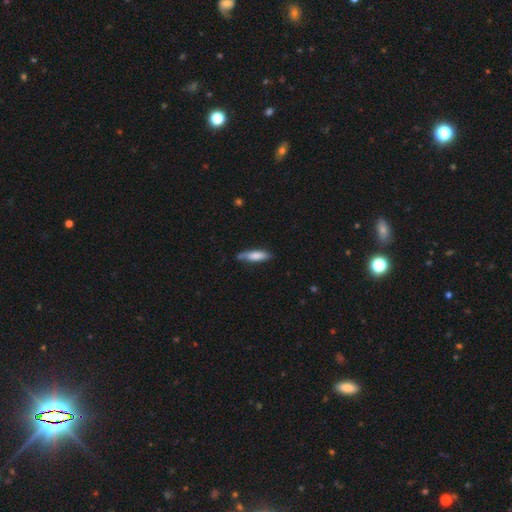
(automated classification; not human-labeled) smooth 76%, featured or disk 18%, star or artifact 6%. Down the decision tree: how rounded — cigar-shaped (60%); merging — none (66%).